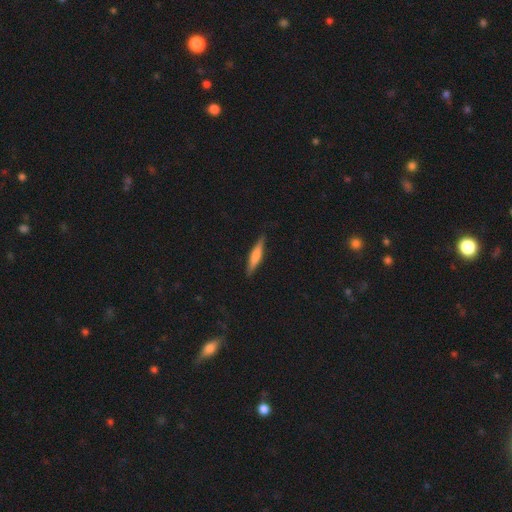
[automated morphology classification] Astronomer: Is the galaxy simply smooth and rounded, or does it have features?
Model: smooth — 58% (runner-up: featured or disk, 36%).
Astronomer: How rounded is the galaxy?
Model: cigar-shaped — 87%.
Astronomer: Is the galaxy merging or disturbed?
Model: none — 86%.